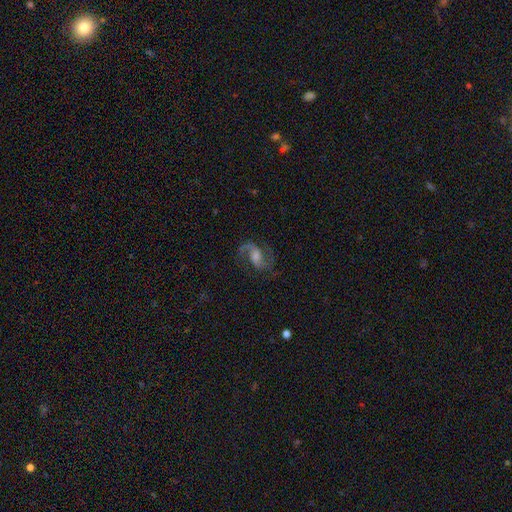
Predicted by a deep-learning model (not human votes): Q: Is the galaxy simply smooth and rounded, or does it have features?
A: featured or disk — 85%.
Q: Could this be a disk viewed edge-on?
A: no — 97%.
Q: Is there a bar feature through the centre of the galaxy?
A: weak — 50%.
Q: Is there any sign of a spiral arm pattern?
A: yes — 97%.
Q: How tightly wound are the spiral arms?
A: medium — 50%.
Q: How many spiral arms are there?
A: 2 — 91%.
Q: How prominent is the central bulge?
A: moderate — 40%.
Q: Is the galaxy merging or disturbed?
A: none — 74%.